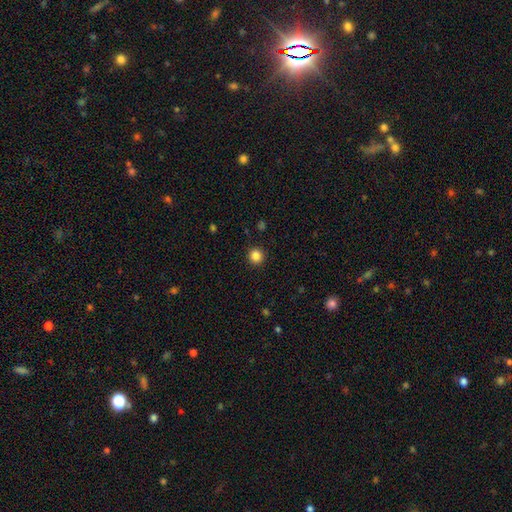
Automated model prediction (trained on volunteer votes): This is clearly a smooth galaxy (85%). How rounded: clearly round (94%). Merging: clearly none (92%).